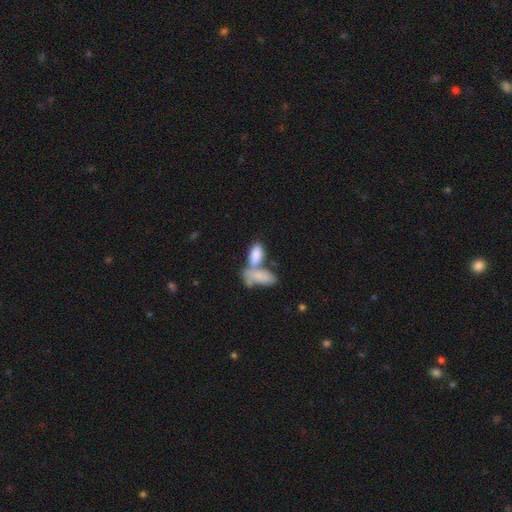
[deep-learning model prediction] Q: Smooth or featured?
A: smooth (82%); runner-up: featured or disk (12%)
Q: How rounded?
A: in between (90%); runner-up: cigar-shaped (7%)
Q: Merging?
A: merger (59%); runner-up: none (27%)